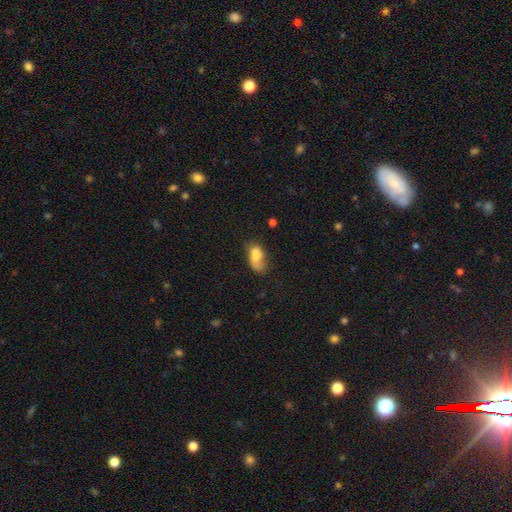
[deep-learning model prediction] smooth-or-featured: smooth: 63% | featured or disk: 27% | star or artifact: 10%
  how-rounded: in between: 86% | round: 9% | cigar-shaped: 5%
  merging: none: 28% | merger: 27% | minor disturbance: 24% | major disturbance: 21%